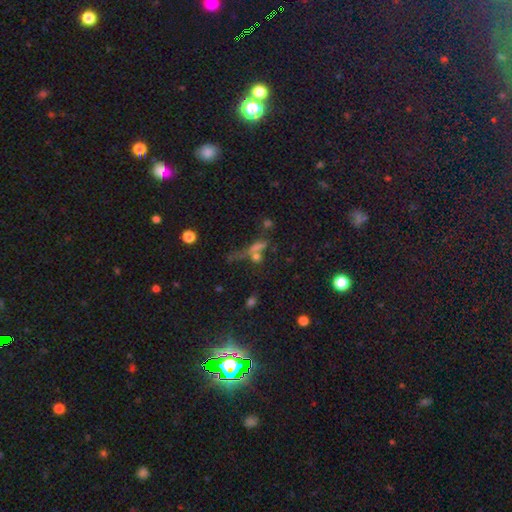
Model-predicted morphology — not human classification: Smooth or featured: smooth — 46% (star or artifact — 34%)
Merging: none — 47% (merger — 27%)